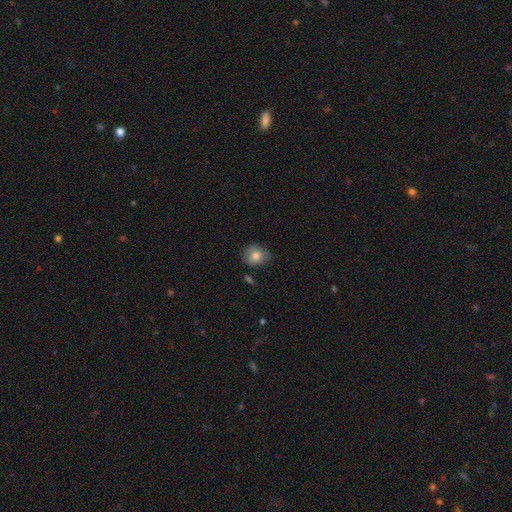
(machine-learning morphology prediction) Overall: smooth (80%). How rounded: round (69%; in between 30%). Merging: none (71%).